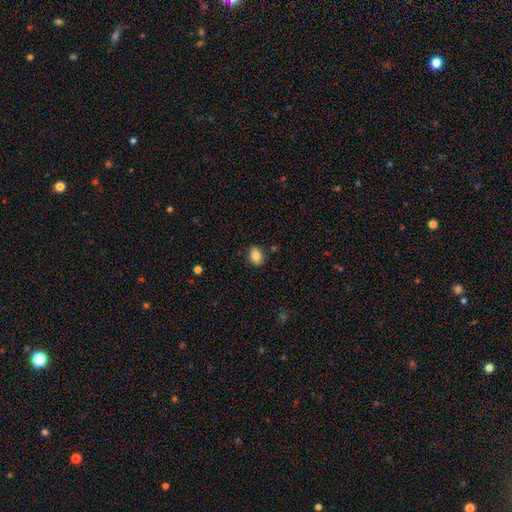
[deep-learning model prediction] Overall: smooth (85%). How rounded: in between (81%). Merging: none (85%).